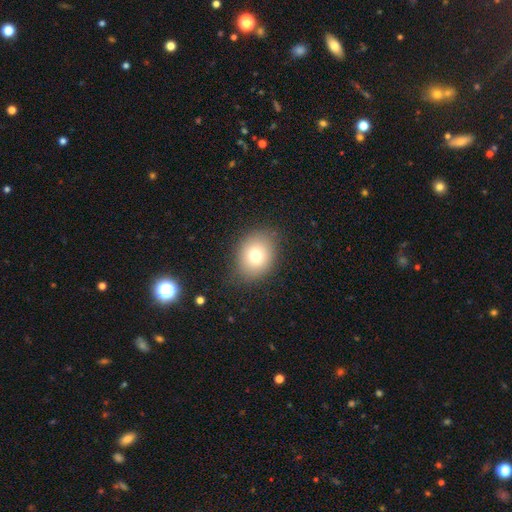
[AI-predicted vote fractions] Morphology: type=smooth (73%); roundness=in between (52%); merging=none (82%).